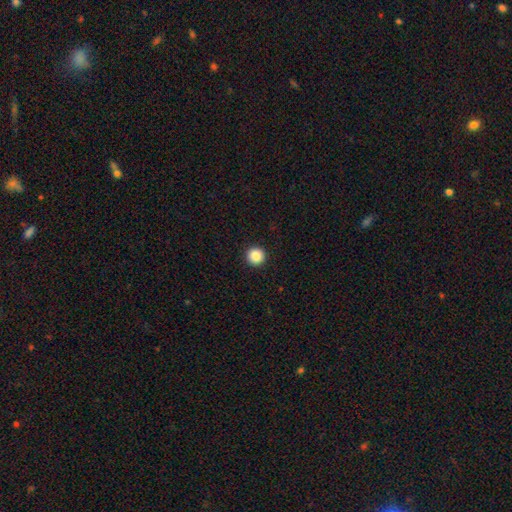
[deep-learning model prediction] Smooth or featured: smooth — 88% (star or artifact — 10%)
How rounded: round — 97% (in between — 3%)
Merging: none — 94% (minor disturbance — 4%)